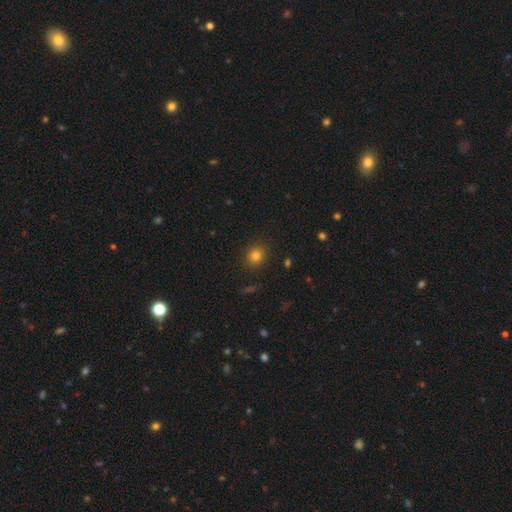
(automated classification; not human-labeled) smooth_or_featured: smooth (p=0.81) [alt: star or artifact p=0.14]
how_rounded: round (p=0.78) [alt: in between p=0.21]
merging: none (p=0.89) [alt: minor disturbance p=0.07]